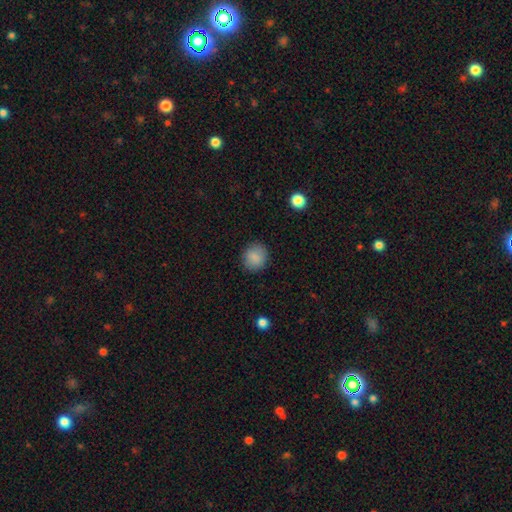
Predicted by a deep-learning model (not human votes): A smooth galaxy with no disk features (87%) that is round (82%). Merging: none (88%).